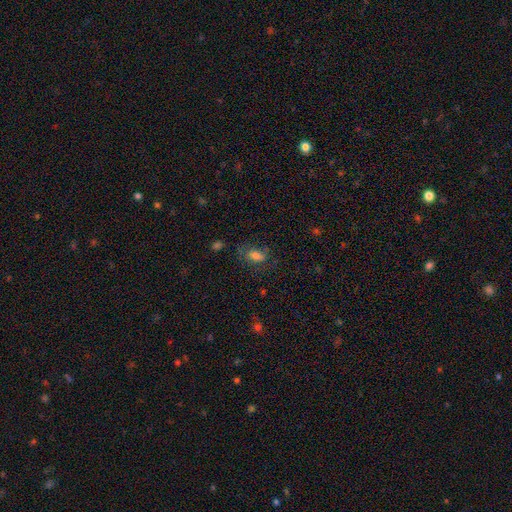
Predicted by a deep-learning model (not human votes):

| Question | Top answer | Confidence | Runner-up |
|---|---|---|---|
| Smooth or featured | smooth | 77% | featured or disk (12%) |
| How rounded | in between | 84% | round (13%) |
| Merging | none | 63% | minor disturbance (23%) |